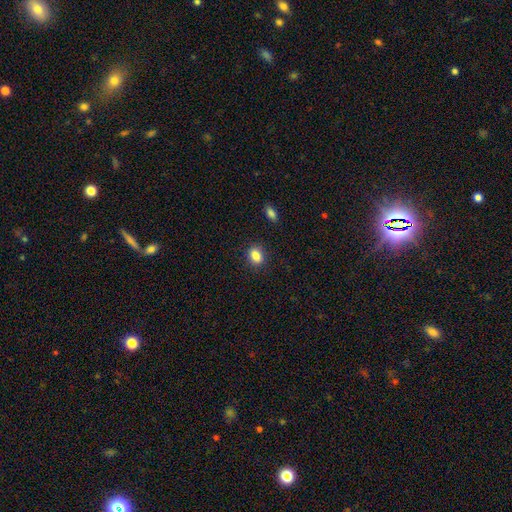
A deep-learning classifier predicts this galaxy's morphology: A smooth galaxy with no disk features (84%) that is in between round and cigar-shaped (52%).

Vote fractions:
- Smooth or featured? smooth: 84% / star or artifact: 10% / featured or disk: 6%
- How rounded? in between: 52% / round: 47% / cigar-shaped: 1%
- Merging? none: 88% / minor disturbance: 9% / major disturbance: 2% / merger: 1%